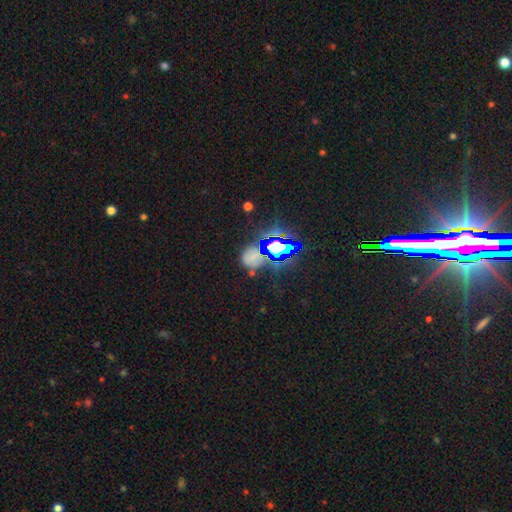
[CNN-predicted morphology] Smooth or featured: star or artifact — 60% (smooth — 28%)